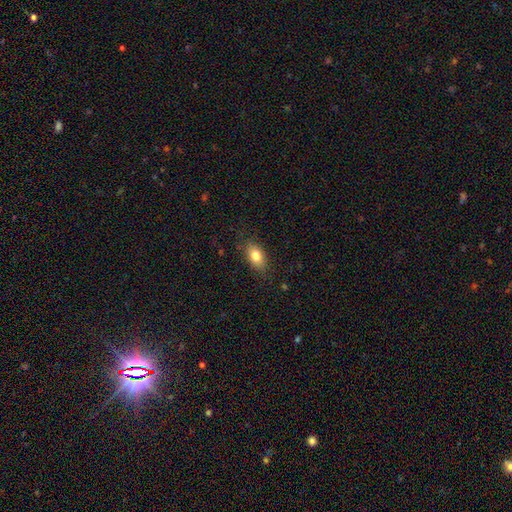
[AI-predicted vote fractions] Smooth or featured?
  - smooth: 81% *
  - featured or disk: 11%
  - star or artifact: 8%
How rounded?
  - in between: 87% *
  - round: 9%
  - cigar-shaped: 4%
Merging?
  - none: 83% *
  - minor disturbance: 13%
  - major disturbance: 3%
  - merger: 1%